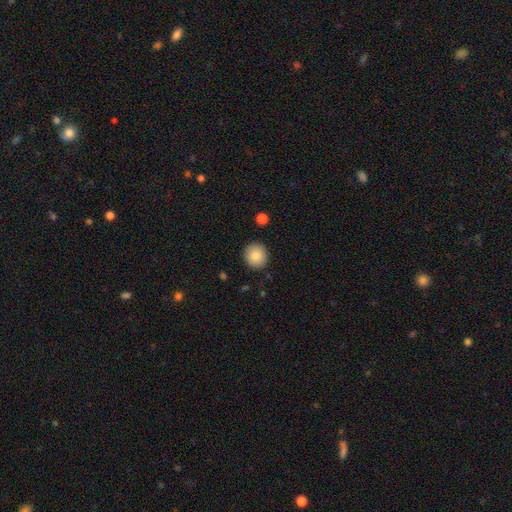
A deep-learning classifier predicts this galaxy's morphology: Smooth or featured? Predicted: smooth (p=0.84). How rounded? Predicted: round (p=0.90). Merging? Predicted: none (p=0.91).